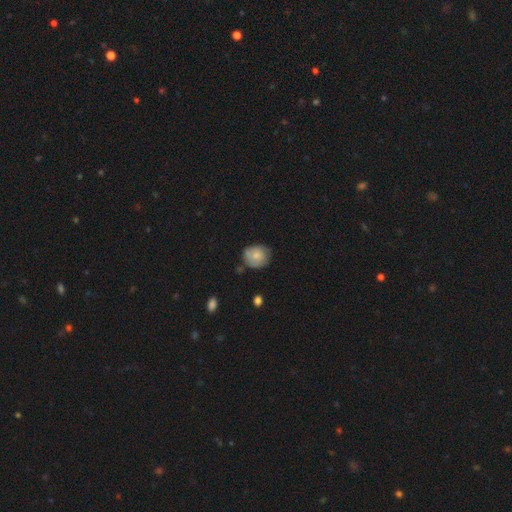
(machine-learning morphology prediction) Smooth or featured?
  - smooth: 74% *
  - featured or disk: 18%
  - star or artifact: 7%
How rounded?
  - round: 75% *
  - in between: 25%
  - cigar-shaped: 1%
Merging?
  - none: 65% *
  - minor disturbance: 26%
  - major disturbance: 5%
  - merger: 3%